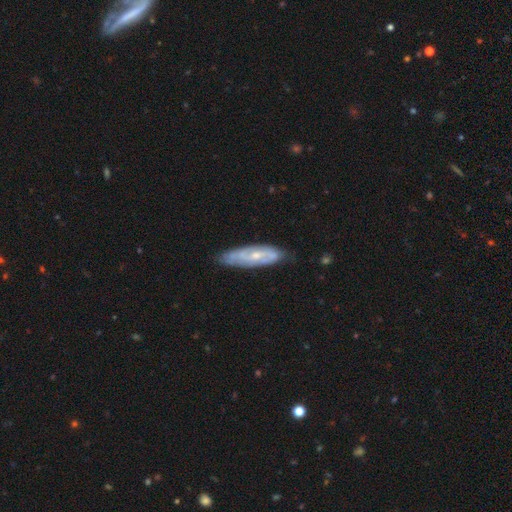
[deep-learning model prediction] Smooth or featured?
  - featured or disk: 62% *
  - smooth: 31%
  - star or artifact: 6%
Edge-on disk?
  - no: 73% *
  - yes: 27%
Merging?
  - none: 72% *
  - minor disturbance: 21%
  - major disturbance: 4%
  - merger: 2%